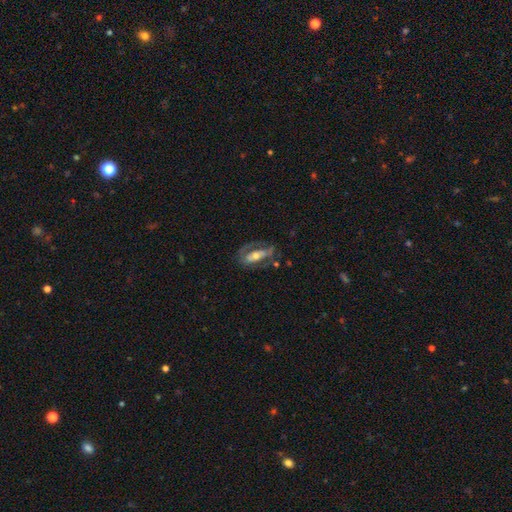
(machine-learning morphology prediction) Overall: featured or disk (61%; smooth 33%). Edge-on disk: no (82%). Merging: none (50%; minor disturbance 23%).